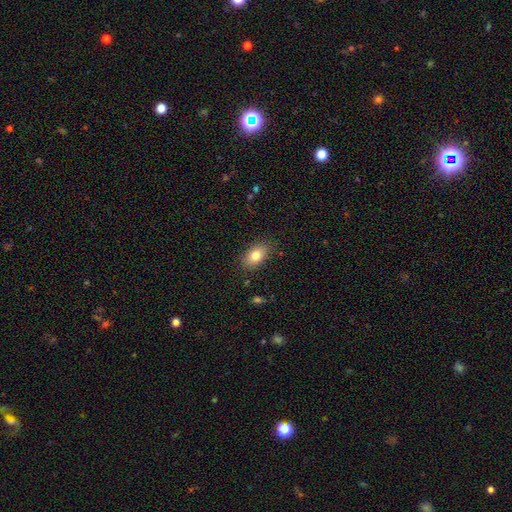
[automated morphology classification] smooth_or_featured: smooth (p=0.79) [alt: featured or disk p=0.12]
how_rounded: in between (p=0.87) [alt: round p=0.10]
merging: none (p=0.84) [alt: minor disturbance p=0.12]